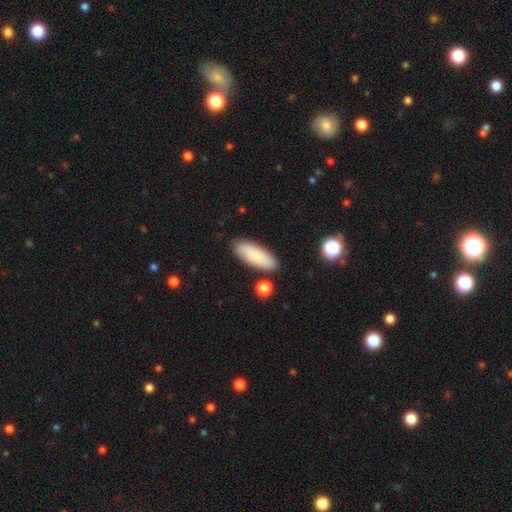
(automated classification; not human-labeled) Smooth or featured? smooth (80%)
How rounded? in between (72%)
Merging? none (83%)